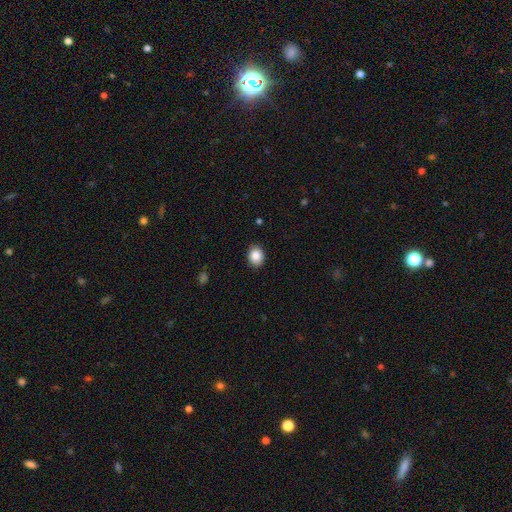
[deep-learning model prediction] This is clearly a smooth galaxy (87%). How rounded: possibly round (54%). Merging: clearly none (89%).